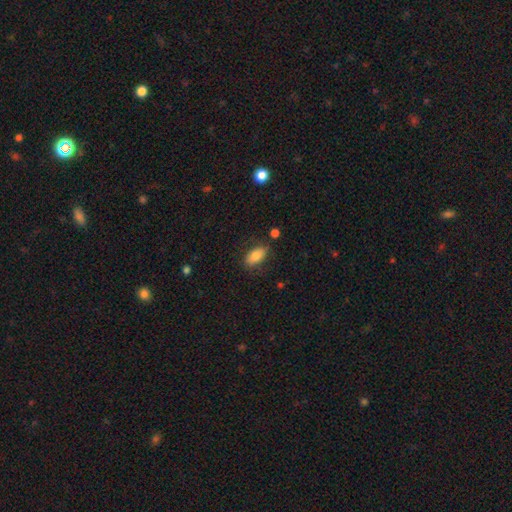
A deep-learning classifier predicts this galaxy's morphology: The model was most divided on "merging": none: 78%, minor disturbance: 16%, major disturbance: 4%, merger: 3%. More confident: how rounded — in between (89%); smooth or featured — smooth (79%).